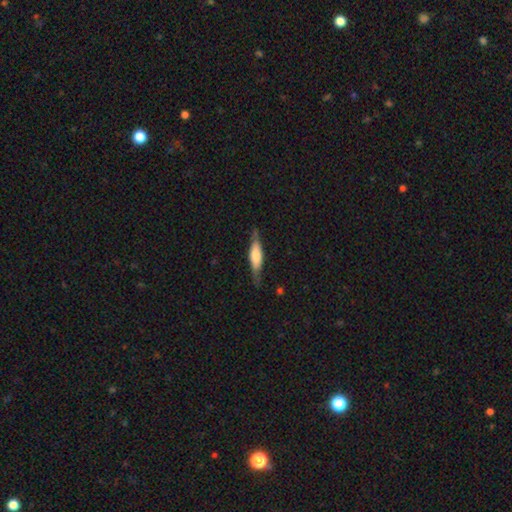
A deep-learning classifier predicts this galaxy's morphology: featured or disk 47% (tied), smooth 47% (tied), star or artifact 6%. Down the decision tree: merging — none (76%).